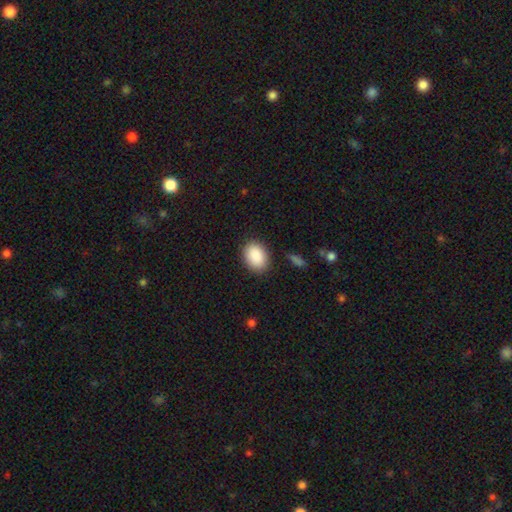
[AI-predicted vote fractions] smooth 90%, star or artifact 7%, featured or disk 4%. Down the decision tree: how rounded — in between (78%); merging — none (85%).